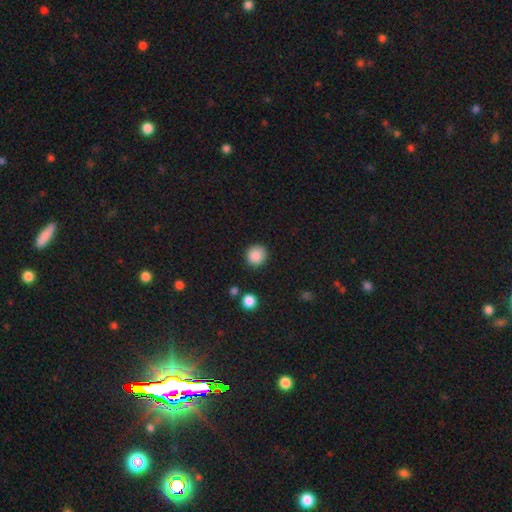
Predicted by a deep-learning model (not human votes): A smooth galaxy with no disk features (88%) that is round (93%). Merging: none (90%).